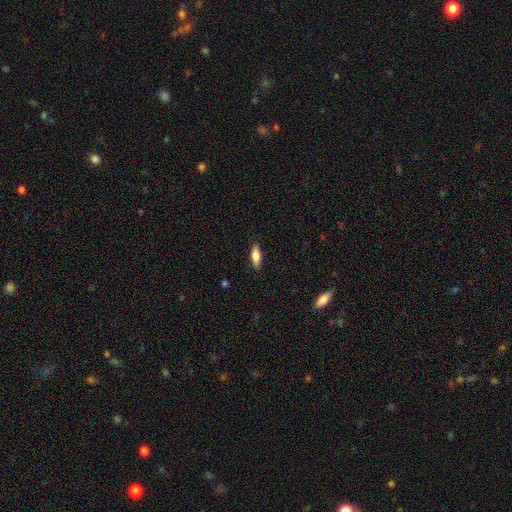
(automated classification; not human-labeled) Morphology: type=smooth (79%); roundness=in between (68%); merging=none (87%).